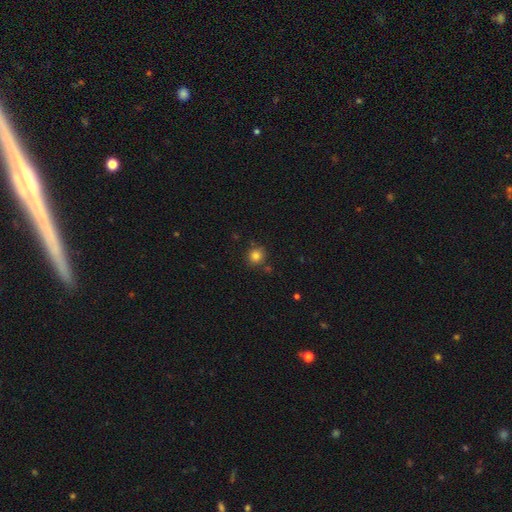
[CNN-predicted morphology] Smooth or featured?
  - smooth: 82% *
  - star or artifact: 12%
  - featured or disk: 6%
How rounded?
  - round: 90% *
  - in between: 9%
  - cigar-shaped: 1%
Merging?
  - none: 83% *
  - minor disturbance: 10%
  - merger: 5%
  - major disturbance: 3%